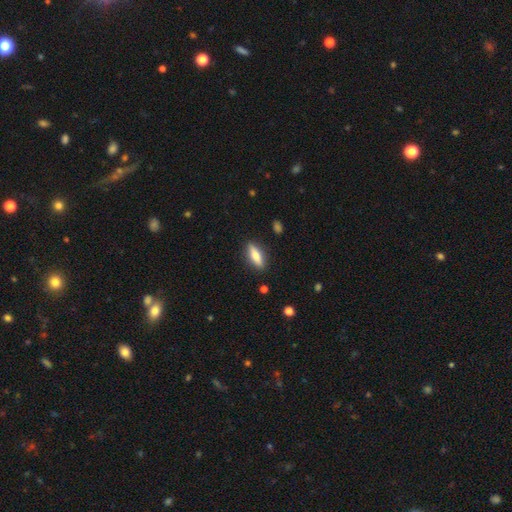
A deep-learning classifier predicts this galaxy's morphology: The model was most divided on "how rounded": cigar-shaped: 50%, in between: 47%, round: 2%. More confident: merging — none (87%); smooth or featured — smooth (66%).